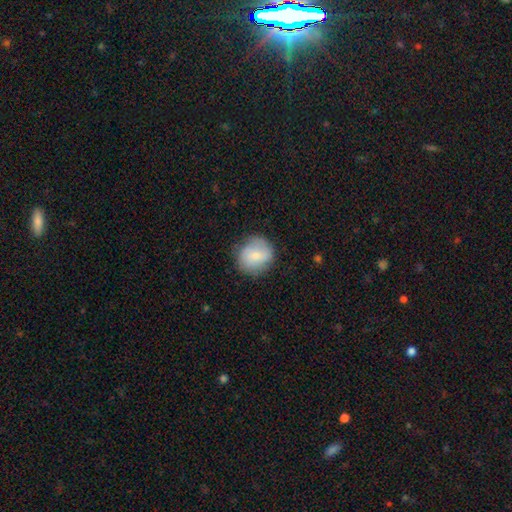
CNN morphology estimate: Overall: smooth (73%). How rounded: round (87%). Merging: none (80%).